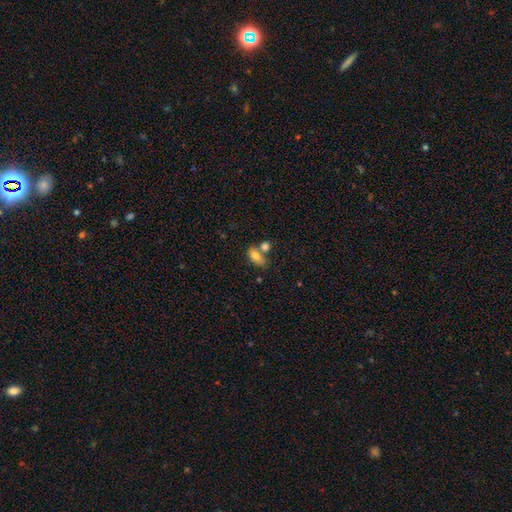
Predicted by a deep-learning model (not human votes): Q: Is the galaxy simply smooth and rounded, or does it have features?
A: smooth — 76%.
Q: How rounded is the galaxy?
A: in between — 87%.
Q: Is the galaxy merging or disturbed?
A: none — 43%.